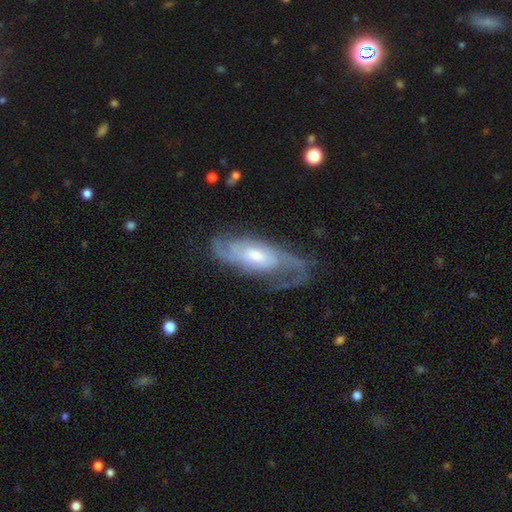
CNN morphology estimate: type=featured or disk (86%); edge-on=no (92%); bar=no (53%); spiral arms=yes (96%); winding=medium (44%); arm count=2 (60%); bulge=moderate (57%); merging=none (69%).